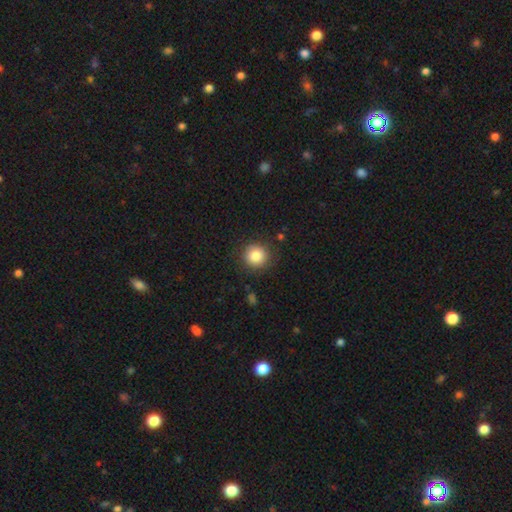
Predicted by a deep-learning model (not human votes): Smooth or featured: smooth — 84% (star or artifact — 10%)
How rounded: round — 93% (in between — 6%)
Merging: none — 88% (minor disturbance — 8%)